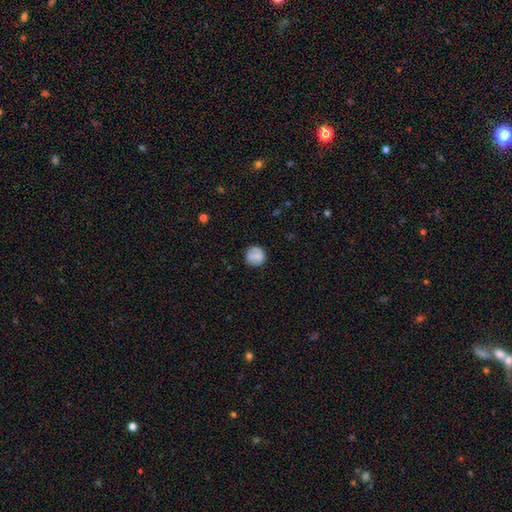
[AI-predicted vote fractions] Smooth or featured: smooth — 81% (featured or disk — 11%)
How rounded: round — 92% (in between — 7%)
Merging: none — 82% (minor disturbance — 13%)